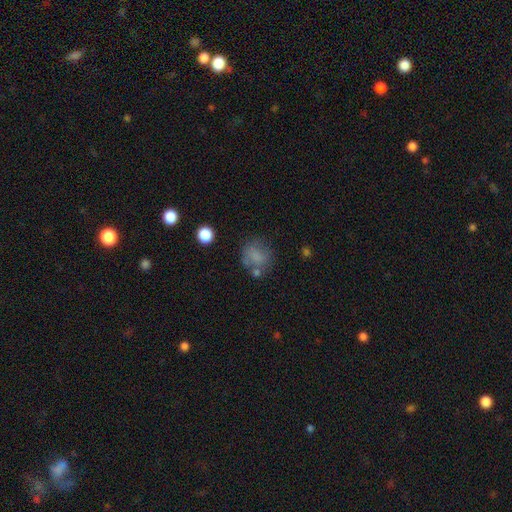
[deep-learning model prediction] smooth 68%, featured or disk 18%, star or artifact 14%. Down the decision tree: how rounded — round (73%); merging — none (55%).